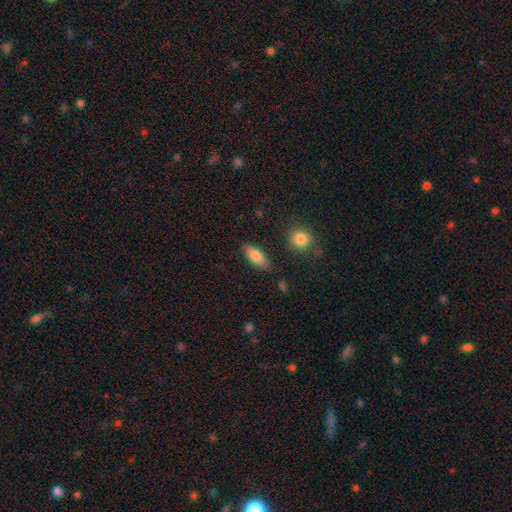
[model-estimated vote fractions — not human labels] Smooth or featured: smooth — 81% (featured or disk — 12%)
How rounded: in between — 85% (cigar-shaped — 12%)
Merging: none — 79% (minor disturbance — 14%)